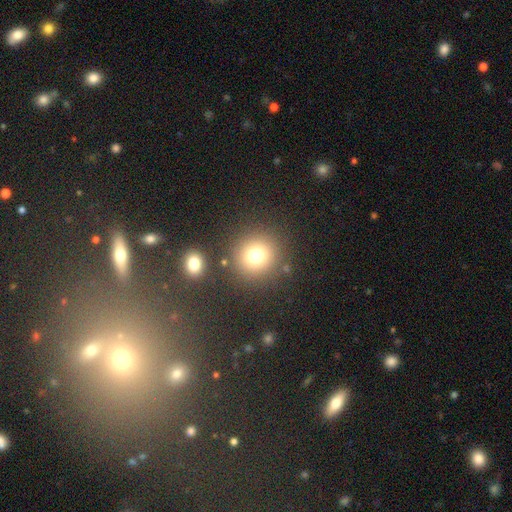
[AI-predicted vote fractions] The model was most divided on "smooth or featured": smooth: 74%, star or artifact: 17%, featured or disk: 10%. More confident: how rounded — round (91%); merging — none (80%).